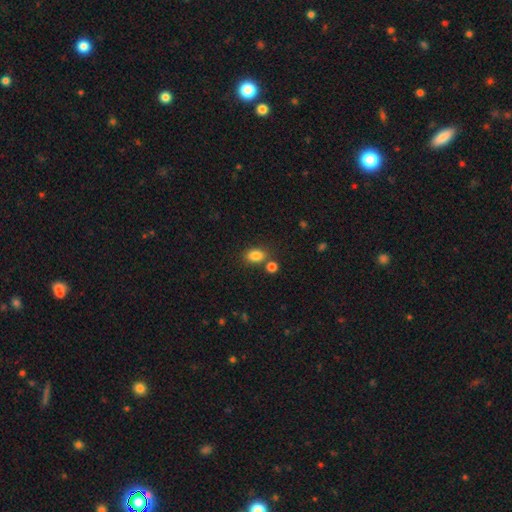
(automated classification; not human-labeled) The model was most divided on "merging": none: 69%, merger: 16%, minor disturbance: 12%, major disturbance: 4%. More confident: smooth or featured — smooth (85%); how rounded — in between (80%).